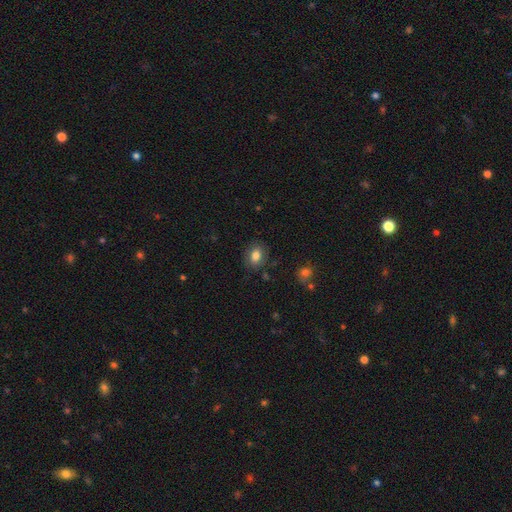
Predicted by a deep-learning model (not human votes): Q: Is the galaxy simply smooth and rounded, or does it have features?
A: smooth — 81%.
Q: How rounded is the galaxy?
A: in between — 64%.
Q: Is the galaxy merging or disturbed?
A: none — 83%.